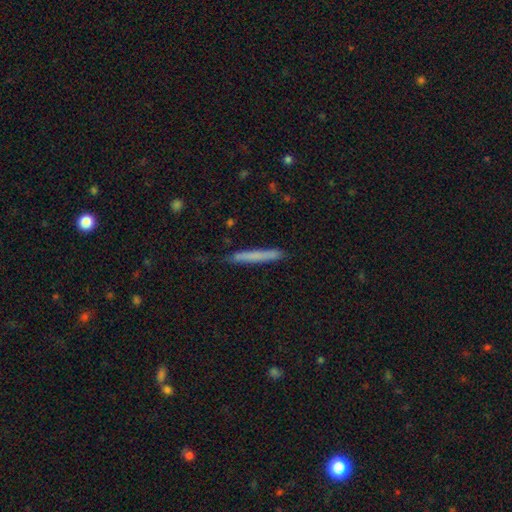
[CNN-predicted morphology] Smooth or featured? Predicted: smooth (p=0.69). How rounded? Predicted: cigar-shaped (p=0.97). Merging? Predicted: none (p=0.88).